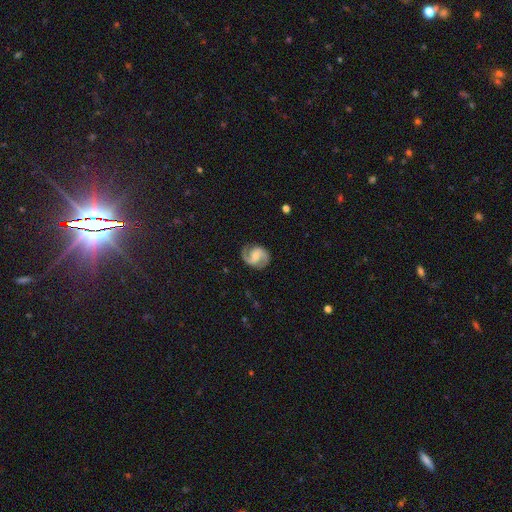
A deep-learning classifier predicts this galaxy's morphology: featured or disk 86%, smooth 9%, star or artifact 5%. Down the decision tree: edge-on disk — no (98%); bar — weak (48%); spiral arms — yes (97%); spiral arm count — 2 (93%); spiral winding — medium (56%); bulge size — small (40%); merging — none (83%).